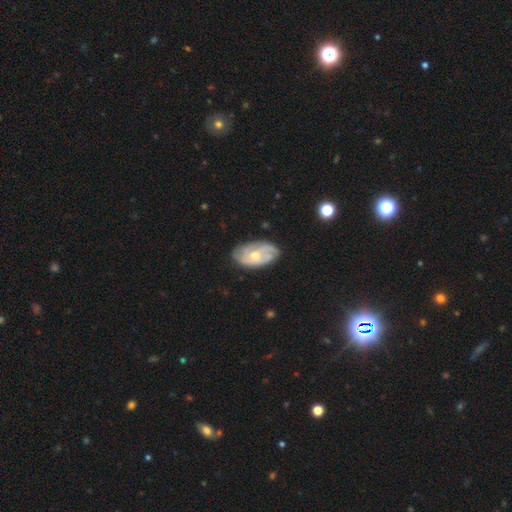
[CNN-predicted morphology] featured or disk 70%, smooth 24%, star or artifact 6%. Down the decision tree: edge-on disk — no (95%); bar — no (73%); spiral arms — yes (86%); spiral arm count — can't tell (41%); spiral winding — tight (50%); bulge size — moderate (59%); merging — none (72%).